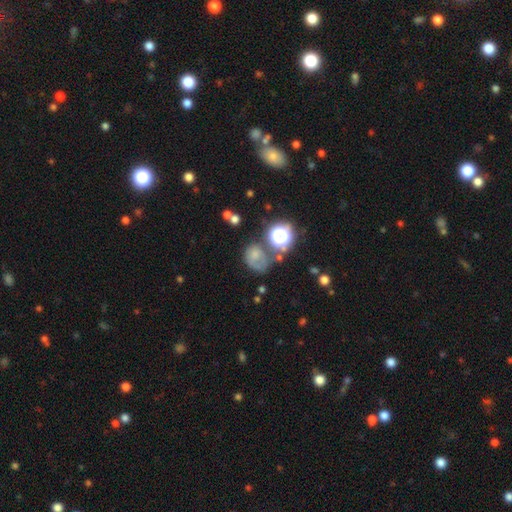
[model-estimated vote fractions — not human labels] Smooth or featured? smooth (56%)
How rounded? round (57%)
Merging? none (35%)